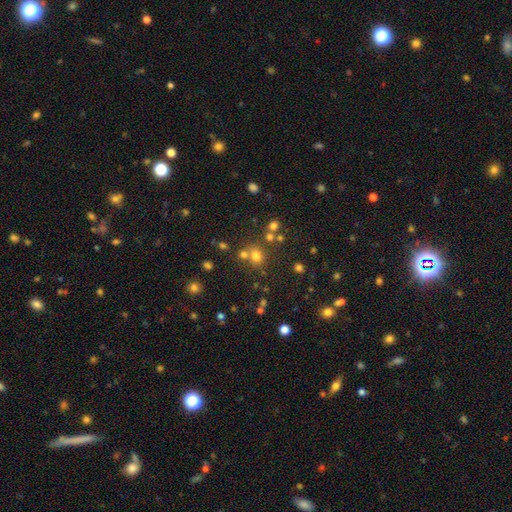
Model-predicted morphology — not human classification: Smooth or featured?
  - smooth: 64% *
  - star or artifact: 26%
  - featured or disk: 10%
How rounded?
  - round: 82% *
  - in between: 17%
  - cigar-shaped: 1%
Merging?
  - none: 63% *
  - merger: 23%
  - minor disturbance: 9%
  - major disturbance: 4%